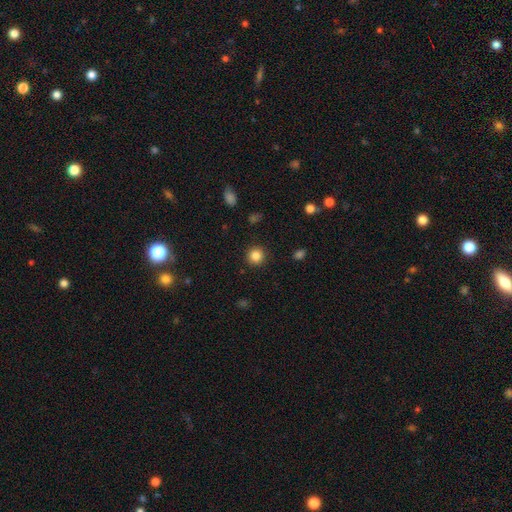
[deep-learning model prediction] Smooth or featured? Predicted: smooth (p=0.84). How rounded? Predicted: round (p=0.94). Merging? Predicted: none (p=0.91).